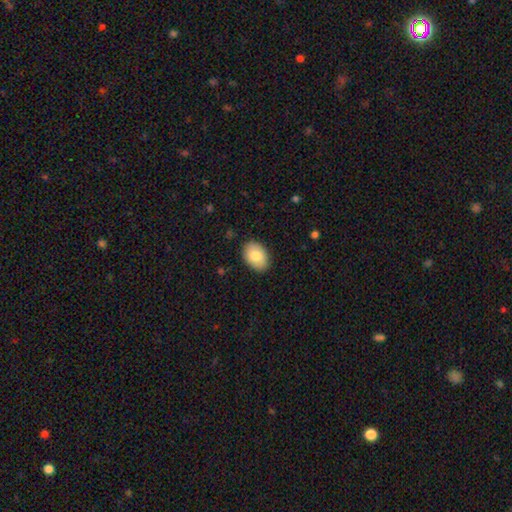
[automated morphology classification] smooth-or-featured: smooth: 81% | featured or disk: 12% | star or artifact: 7%
  how-rounded: in between: 82% | round: 17% | cigar-shaped: 1%
  merging: none: 88% | minor disturbance: 9% | major disturbance: 2% | merger: 1%